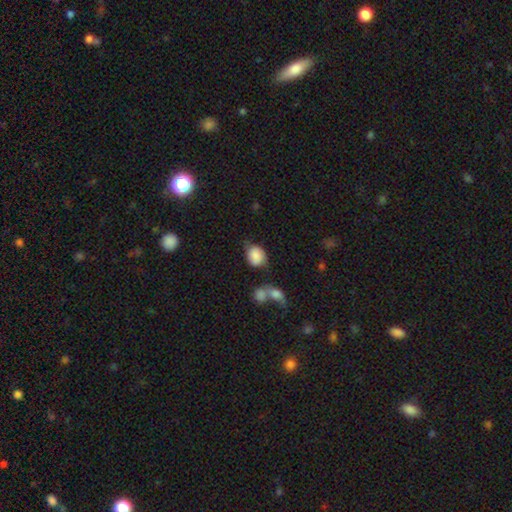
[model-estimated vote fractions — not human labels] Smooth or featured? Predicted: smooth (p=0.80). How rounded? Predicted: round (p=0.57). Merging? Predicted: none (p=0.45).